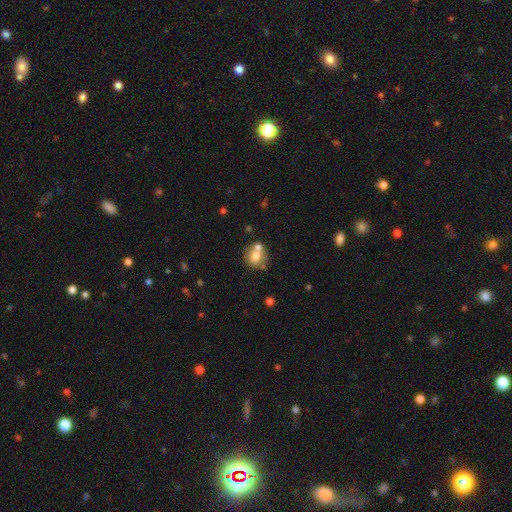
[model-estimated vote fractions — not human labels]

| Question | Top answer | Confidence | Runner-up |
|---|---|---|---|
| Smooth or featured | smooth | 69% | featured or disk (21%) |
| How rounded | round | 71% | in between (28%) |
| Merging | none | 49% | merger (33%) |